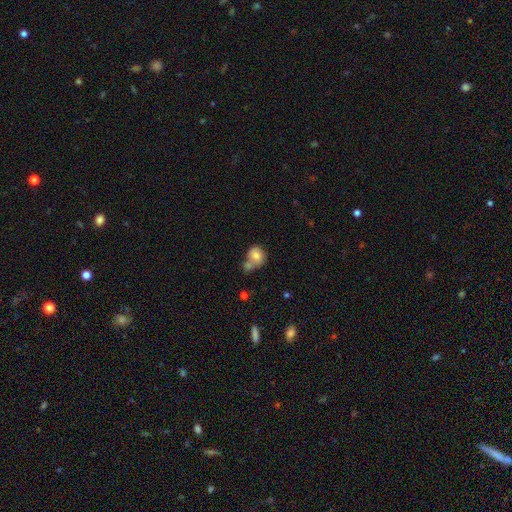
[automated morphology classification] Q: Smooth or featured?
A: smooth (78%); runner-up: featured or disk (13%)
Q: How rounded?
A: round (68%); runner-up: in between (31%)
Q: Merging?
A: merger (49%); runner-up: none (32%)